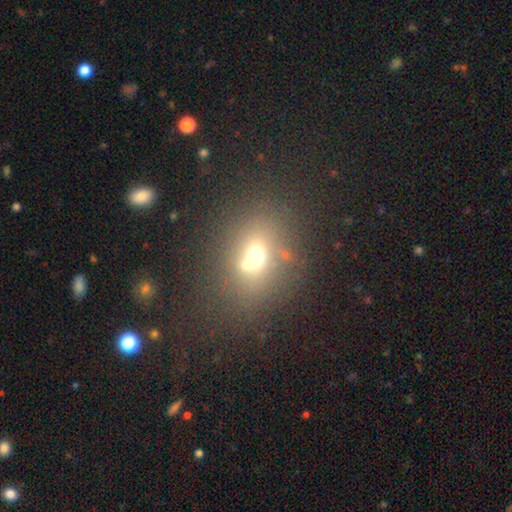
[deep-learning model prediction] This is possibly a smooth galaxy (59%). How rounded: likely round (60%). Merging: possibly none (47%).